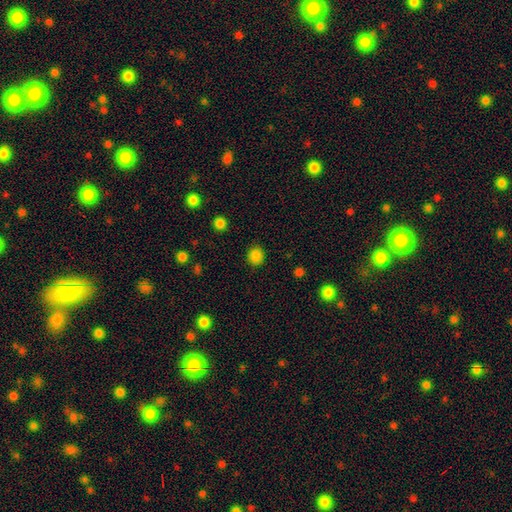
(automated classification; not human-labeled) Morphology: type=smooth (84%); roundness=round (82%); merging=none (88%).